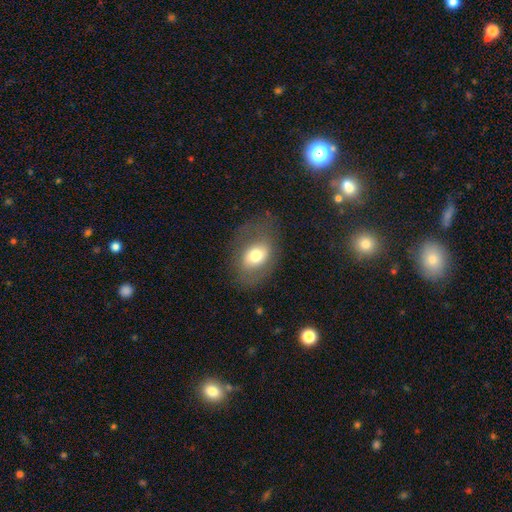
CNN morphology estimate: Smooth or featured? smooth (62%)
How rounded? in between (74%)
Merging? none (68%)